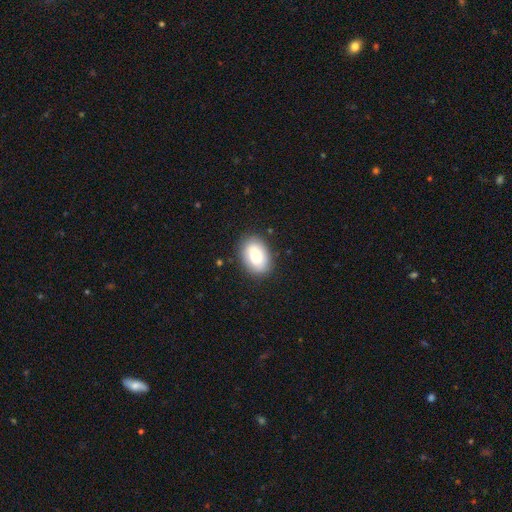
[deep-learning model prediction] smooth 81%, featured or disk 12%, star or artifact 7%. Down the decision tree: how rounded — in between (85%); merging — none (84%).